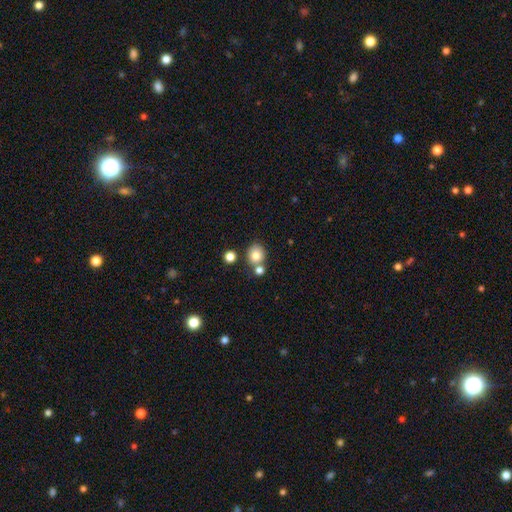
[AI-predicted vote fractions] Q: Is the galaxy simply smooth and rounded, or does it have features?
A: smooth — 80%.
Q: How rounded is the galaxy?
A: round — 75%.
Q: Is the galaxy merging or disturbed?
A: none — 64%.